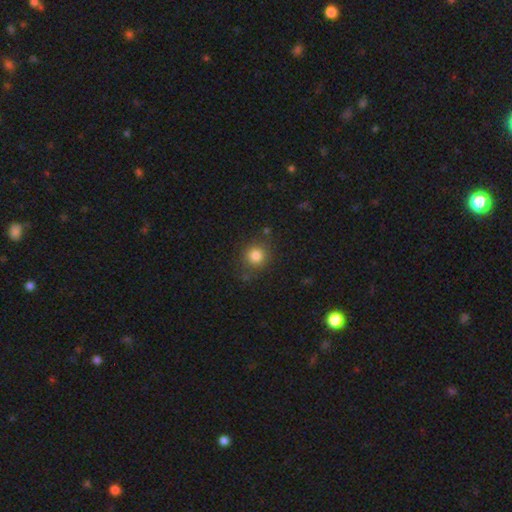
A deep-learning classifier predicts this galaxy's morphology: The model was most divided on "merging": none: 81%, minor disturbance: 12%, major disturbance: 4%, merger: 3%. More confident: how rounded — round (89%); smooth or featured — smooth (82%).